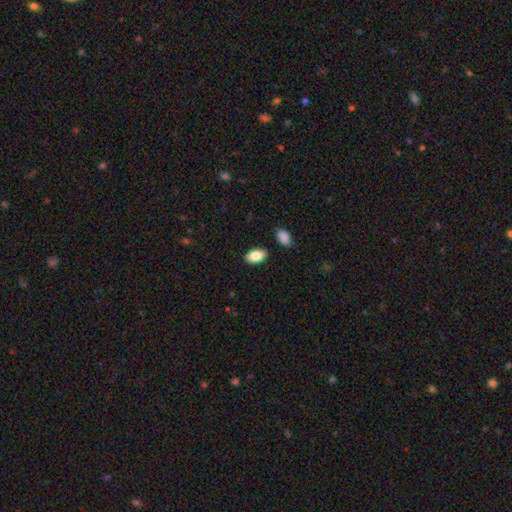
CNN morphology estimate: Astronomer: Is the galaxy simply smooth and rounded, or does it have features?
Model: smooth — 86%.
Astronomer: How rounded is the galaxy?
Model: in between — 92%.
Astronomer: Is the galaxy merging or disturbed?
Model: none — 87%.